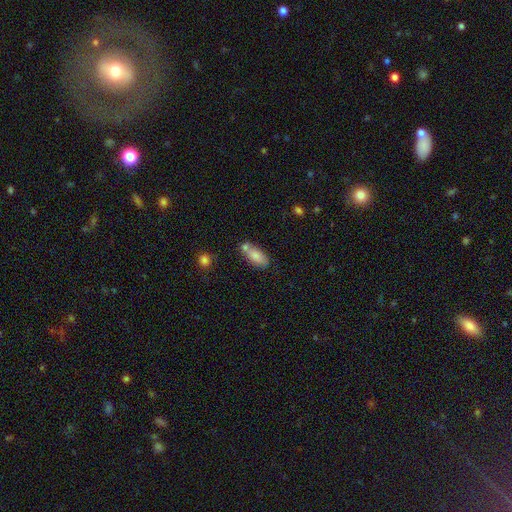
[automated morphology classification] Smooth or featured? smooth (80%)
How rounded? in between (83%)
Merging? none (56%)